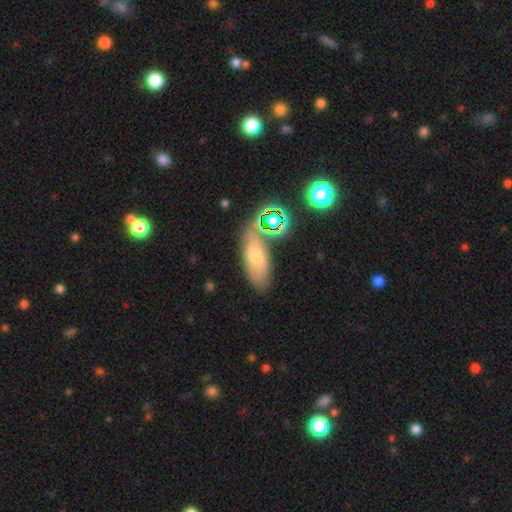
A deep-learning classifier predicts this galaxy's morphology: Q: Smooth or featured?
A: smooth (50%); runner-up: featured or disk (29%)
Q: How rounded?
A: in between (76%); runner-up: cigar-shaped (16%)
Q: Merging?
A: none (63%); runner-up: minor disturbance (19%)